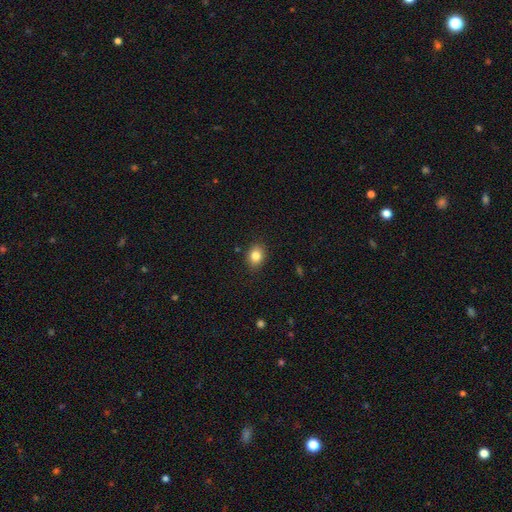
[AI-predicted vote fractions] A smooth galaxy with no disk features (84%) that is in between round and cigar-shaped (50%). Merging: none (88%).